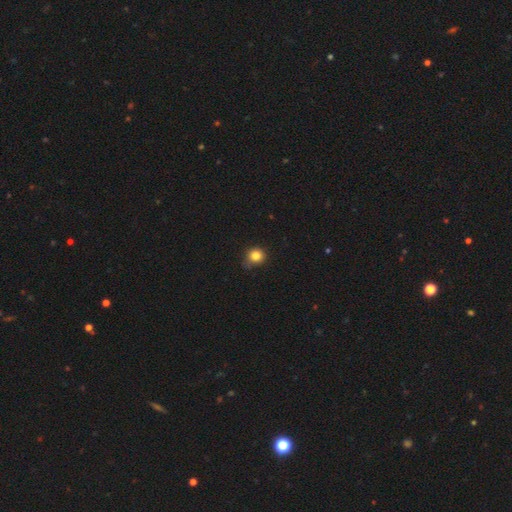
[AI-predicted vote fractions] Overall: smooth (83%). How rounded: round (86%). Merging: none (71%).